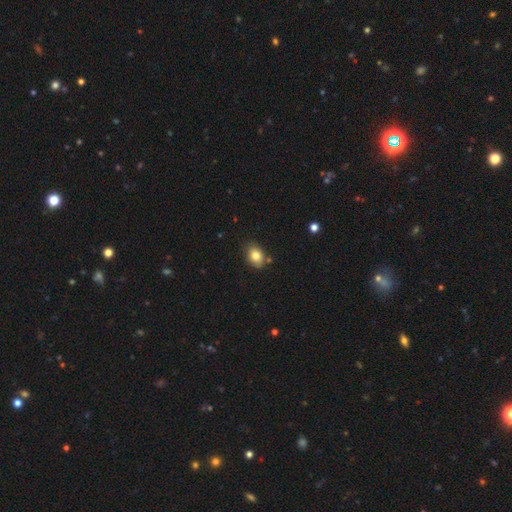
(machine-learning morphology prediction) Q: Smooth or featured?
A: smooth (81%); runner-up: featured or disk (10%)
Q: How rounded?
A: in between (74%); runner-up: round (25%)
Q: Merging?
A: none (80%); runner-up: minor disturbance (14%)